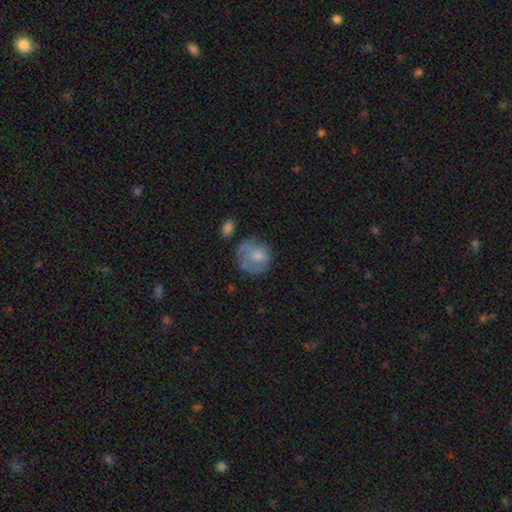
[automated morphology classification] A smooth galaxy with no disk features (67%) that is round (82%). Merging: none (54%).